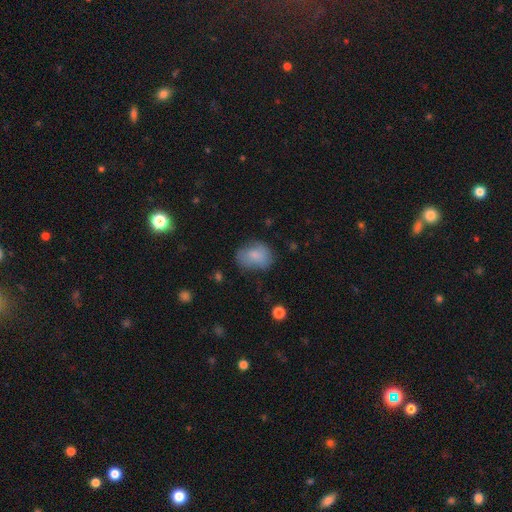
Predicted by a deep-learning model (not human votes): A smooth galaxy with no disk features (78%) that is in between round and cigar-shaped (68%). Merging: none (64%).